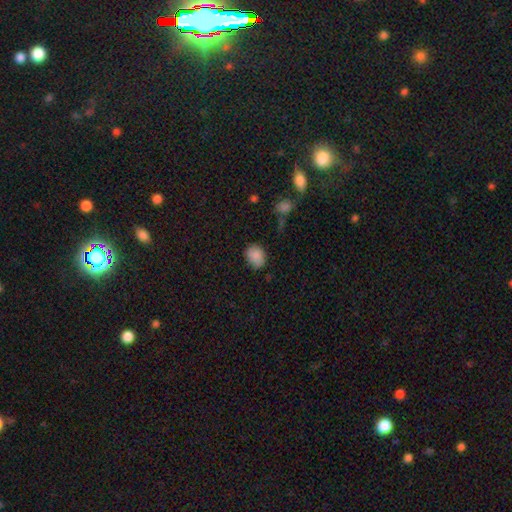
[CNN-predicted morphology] smooth_or_featured: smooth (p=0.86) [alt: star or artifact p=0.08]
how_rounded: in between (p=0.51) [alt: round p=0.48]
merging: none (p=0.75) [alt: minor disturbance p=0.19]